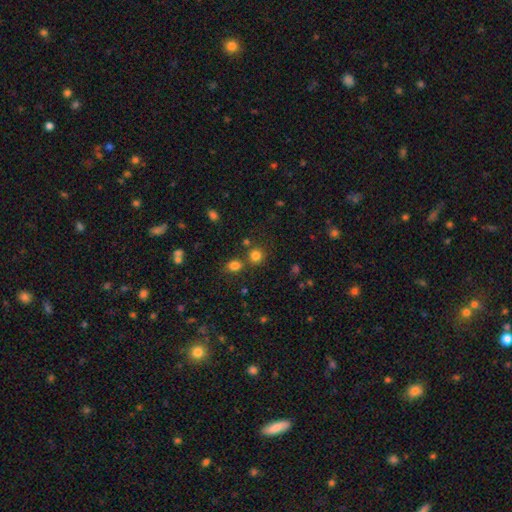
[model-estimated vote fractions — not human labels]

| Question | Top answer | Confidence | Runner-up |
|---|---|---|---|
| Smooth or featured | smooth | 79% | star or artifact (16%) |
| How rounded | round | 88% | in between (11%) |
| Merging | none | 73% | merger (16%) |